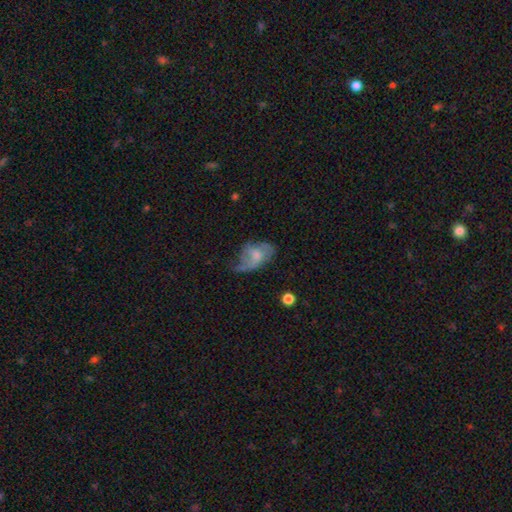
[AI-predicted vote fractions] Overall: featured or disk (48%; smooth 43%). Merging: major disturbance (36%; minor disturbance 32%).